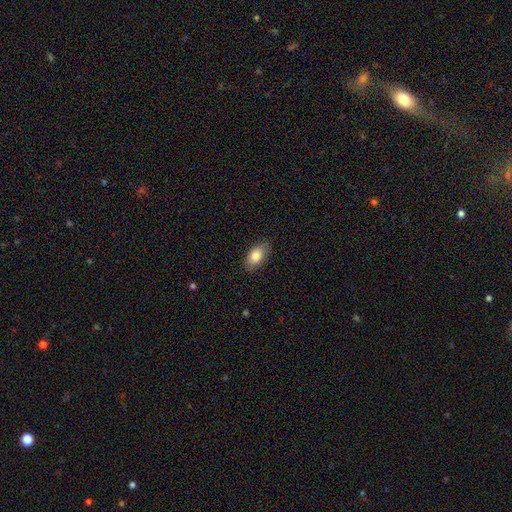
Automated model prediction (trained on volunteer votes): Smooth or featured? Predicted: smooth (p=0.82). How rounded? Predicted: in between (p=0.92). Merging? Predicted: none (p=0.84).